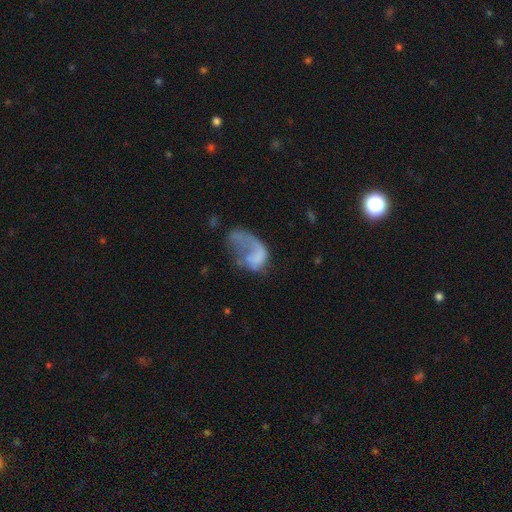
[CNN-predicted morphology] This appears to be a featured or disk galaxy (50%). Merging: major disturbance (60%).